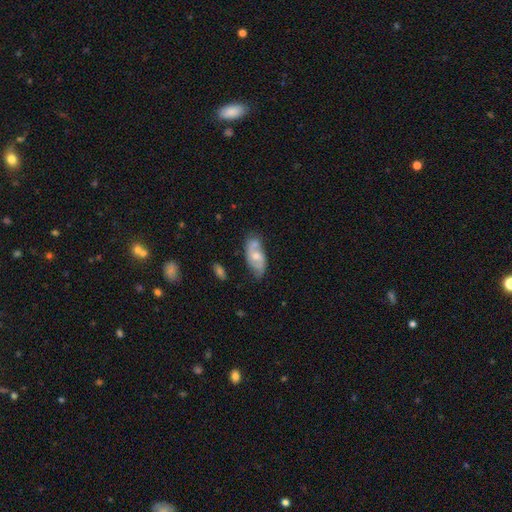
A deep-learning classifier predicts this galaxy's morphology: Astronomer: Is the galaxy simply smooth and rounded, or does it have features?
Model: featured or disk — 60%.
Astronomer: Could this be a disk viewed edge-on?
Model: no — 92%.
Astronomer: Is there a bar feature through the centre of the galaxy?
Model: no — 60%.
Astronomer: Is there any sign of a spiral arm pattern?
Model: yes — 81%.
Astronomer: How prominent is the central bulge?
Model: moderate — 59%.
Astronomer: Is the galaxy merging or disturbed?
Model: none — 58%.